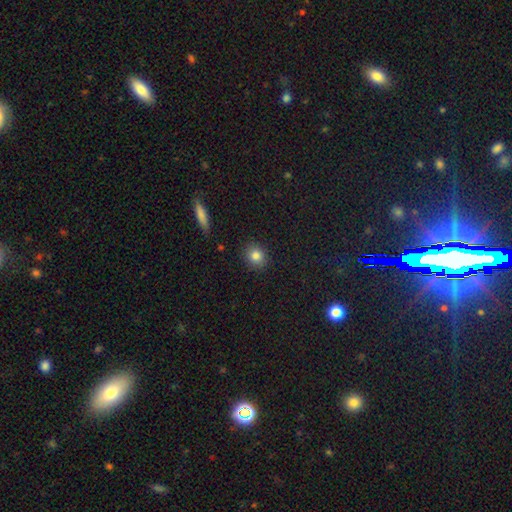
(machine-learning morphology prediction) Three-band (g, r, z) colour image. It shows a smooth galaxy with no disk features (82%) that is round (74%). Merging: none (88%).